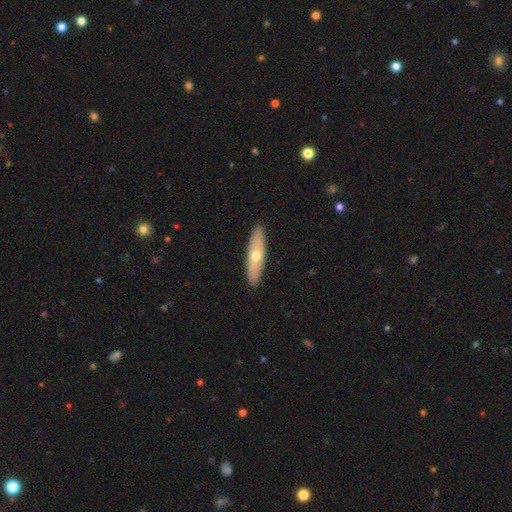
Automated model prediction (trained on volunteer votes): smooth 52%, featured or disk 42%, star or artifact 6%. Down the decision tree: how rounded — cigar-shaped (69%); merging — none (91%).